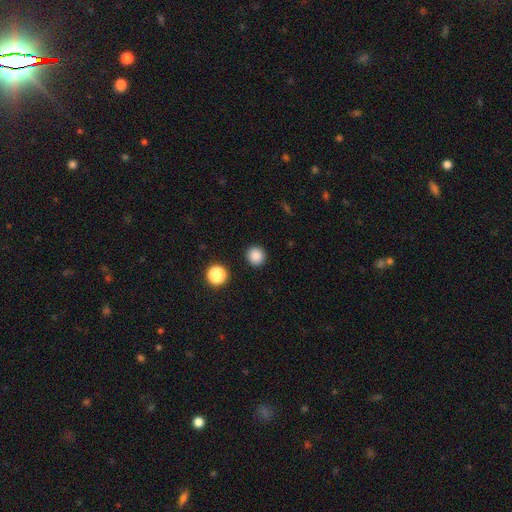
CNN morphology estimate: This is clearly a smooth galaxy (86%). How rounded: clearly round (94%). Merging: clearly none (92%).